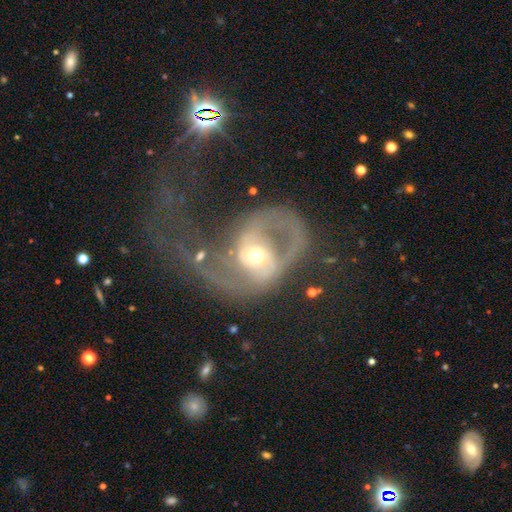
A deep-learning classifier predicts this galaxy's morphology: Smooth or featured? Predicted: featured or disk (p=0.80). Edge-on disk? Predicted: no (p=0.97). Bar? Predicted: no (p=0.58). Spiral arms? Predicted: yes (p=0.83). Spiral winding? Predicted: medium (p=0.42, tied with loose). Spiral arm count? Predicted: 2 (p=0.65). Bulge size? Predicted: moderate (p=0.55). Merging? Predicted: major disturbance (p=0.56).